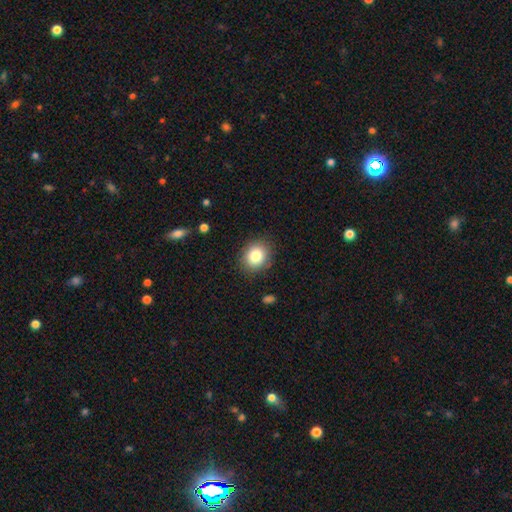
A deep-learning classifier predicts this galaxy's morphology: Overall: smooth (82%). How rounded: round (71%). Merging: none (87%).